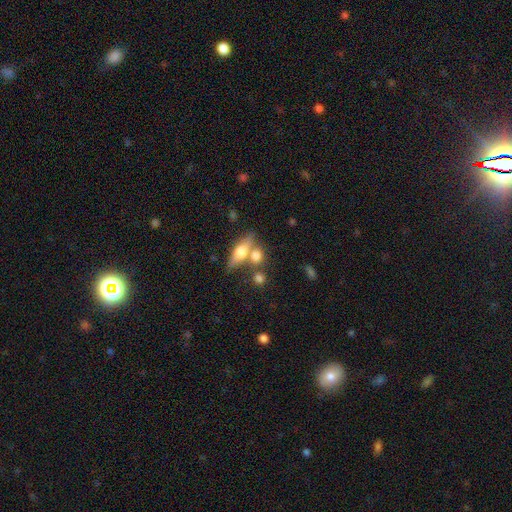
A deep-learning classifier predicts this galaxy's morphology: A smooth galaxy with no disk features (65%) that is in between round and cigar-shaped (50%).

Vote fractions:
- Smooth or featured? smooth: 65% / featured or disk: 26% / star or artifact: 8%
- How rounded? in between: 50% / round: 27% / cigar-shaped: 23%
- Merging? none: 51% / merger: 33% / minor disturbance: 11% / major disturbance: 5%